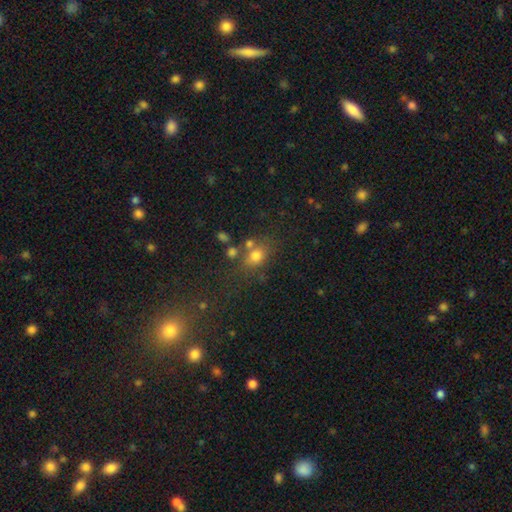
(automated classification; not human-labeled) This is likely a smooth galaxy (71%). How rounded: possibly round (54%). Merging: possibly none (59%).